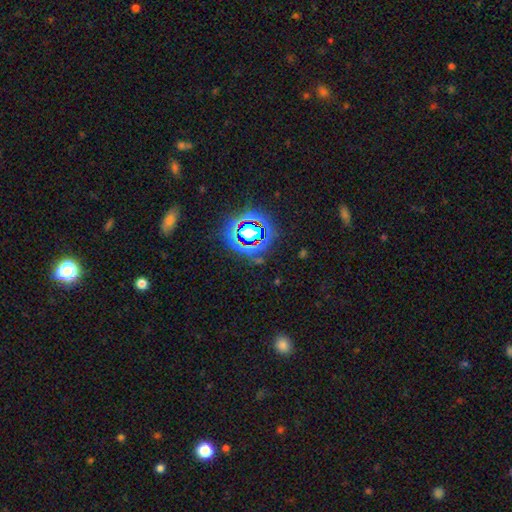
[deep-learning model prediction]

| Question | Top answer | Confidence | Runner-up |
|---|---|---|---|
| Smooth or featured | star or artifact | 76% | smooth (16%) |